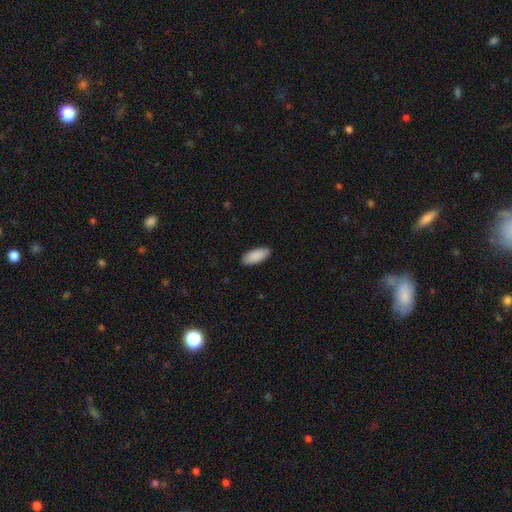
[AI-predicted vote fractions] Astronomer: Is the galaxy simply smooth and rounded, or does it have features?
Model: smooth — 91%.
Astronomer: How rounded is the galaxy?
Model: in between — 85%.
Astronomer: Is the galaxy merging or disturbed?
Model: none — 90%.